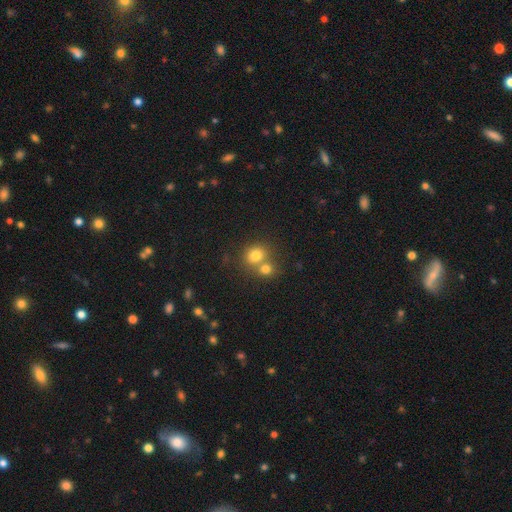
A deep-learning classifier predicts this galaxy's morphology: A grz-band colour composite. It shows a smooth galaxy with no disk features (77%) that is round (76%). Merging: merger (47%).